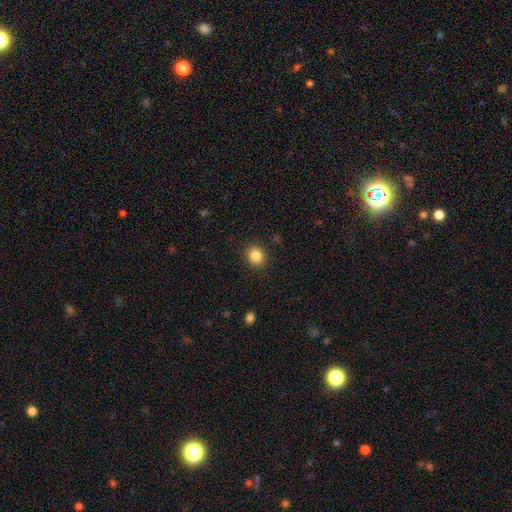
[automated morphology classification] Smooth or featured?
  - smooth: 85% *
  - star or artifact: 10%
  - featured or disk: 5%
How rounded?
  - round: 71% *
  - in between: 28%
  - cigar-shaped: 1%
Merging?
  - none: 90% *
  - minor disturbance: 7%
  - major disturbance: 2%
  - merger: 1%